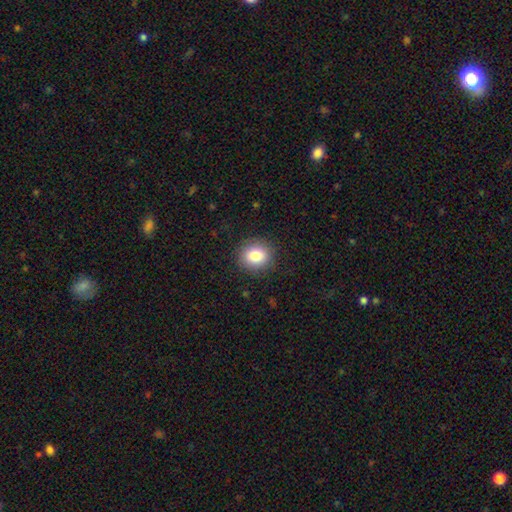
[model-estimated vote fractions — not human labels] smooth-or-featured: smooth: 82% | star or artifact: 10% | featured or disk: 8%
  how-rounded: round: 75% | in between: 24% | cigar-shaped: 1%
  merging: none: 88% | minor disturbance: 8% | major disturbance: 3% | merger: 1%